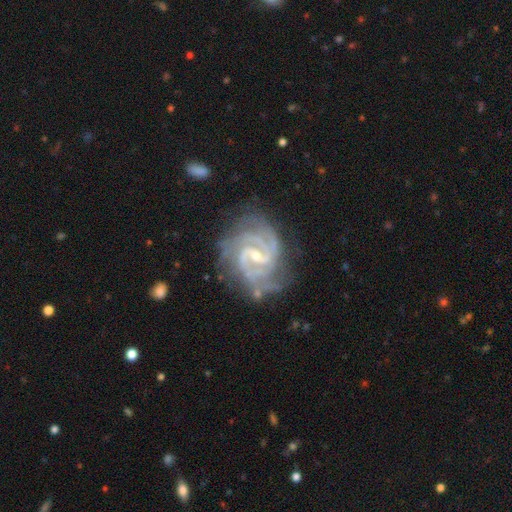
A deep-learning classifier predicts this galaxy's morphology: A featured or disk galaxy (93%) with a weak bar (55%), 2 (50%) tight (52%) spiral arms (99%) and a small central bulge (67%).

Vote fractions:
- Smooth or featured? featured or disk: 93% / star or artifact: 4% / smooth: 3%
- Edge-on disk? no: 98% / yes: 2%
- Bar? weak: 55% / strong: 27% / no: 18%
- Spiral arms? yes: 99% / no: 1%
- Spiral winding? tight: 52% / medium: 43% / loose: 6%
- Spiral arm count? 2: 50% / 3: 22% / can't tell: 9% / 4: 9% / more than 4: 5% / 1: 5%
- Bulge size? small: 67% / moderate: 29% / none: 2% / large: 1% / dominant: 1%
- Merging? none: 70% / minor disturbance: 20% / major disturbance: 8% / merger: 2%